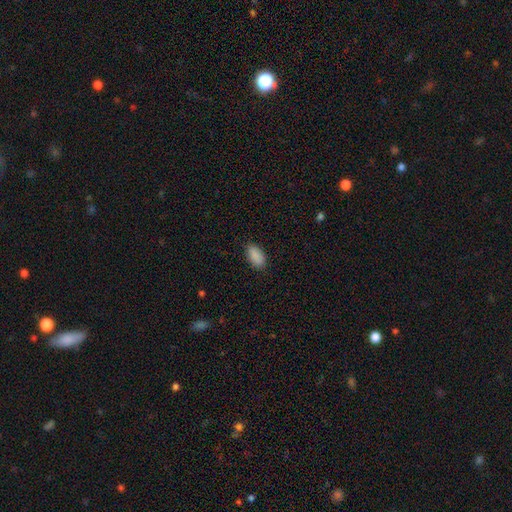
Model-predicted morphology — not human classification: A smooth galaxy with no disk features (89%) that is in between round and cigar-shaped (93%). Merging: none (84%).